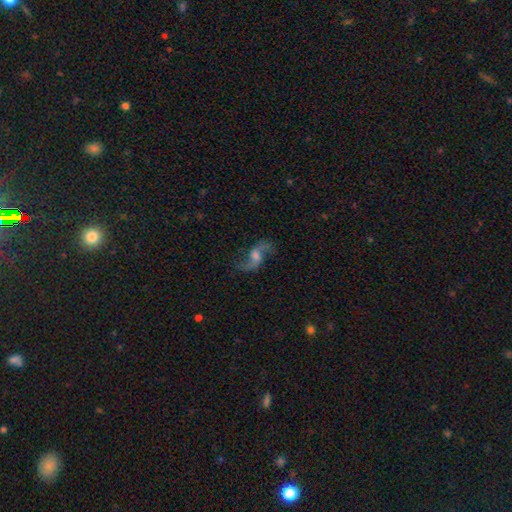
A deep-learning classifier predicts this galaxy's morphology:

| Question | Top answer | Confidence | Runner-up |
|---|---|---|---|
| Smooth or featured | featured or disk | 83% | smooth (9%) |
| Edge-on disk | no | 94% | yes (6%) |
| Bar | weak | 44% | no (43%) |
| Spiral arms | yes | 95% | no (5%) |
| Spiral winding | loose | 85% | medium (12%) |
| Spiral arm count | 2 | 93% | can't tell (2%) |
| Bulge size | moderate | 45% | small (26%) |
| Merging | none | 77% | minor disturbance (13%) |